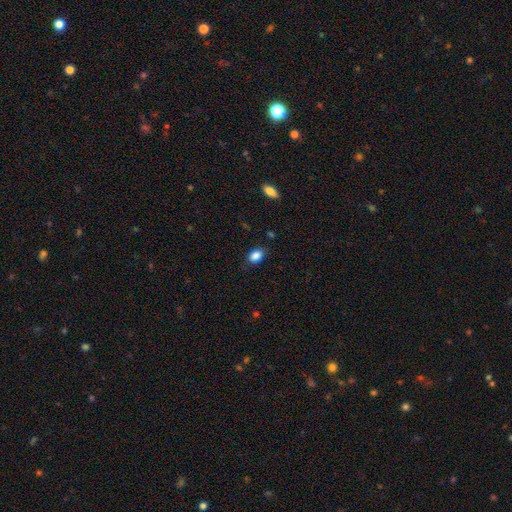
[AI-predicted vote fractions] This is clearly a smooth galaxy (87%). How rounded: likely in between (79%). Merging: clearly none (82%).